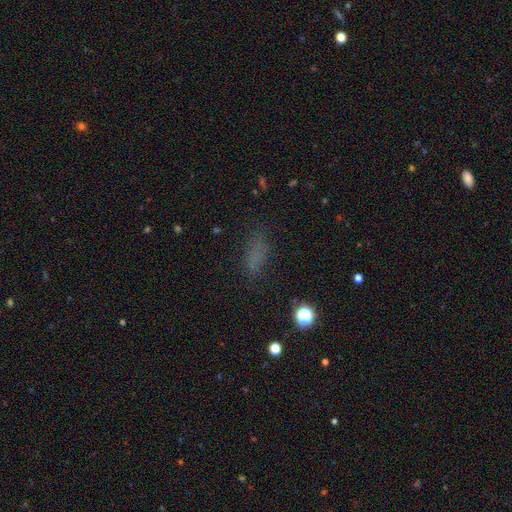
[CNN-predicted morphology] A smooth galaxy with no disk features (66%) that is in between round and cigar-shaped (66%).

Vote fractions:
- Smooth or featured? smooth: 66% / star or artifact: 24% / featured or disk: 10%
- How rounded? in between: 66% / cigar-shaped: 27% / round: 7%
- Merging? none: 72% / minor disturbance: 16% / major disturbance: 10% / merger: 2%